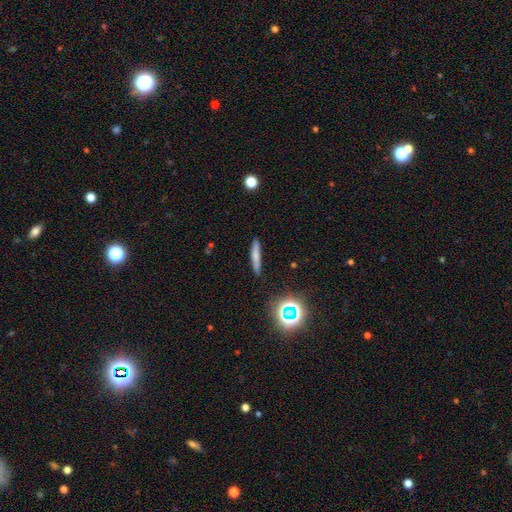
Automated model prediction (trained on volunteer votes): Smooth or featured? Predicted: smooth (p=0.67). How rounded? Predicted: cigar-shaped (p=0.90). Merging? Predicted: none (p=0.87).